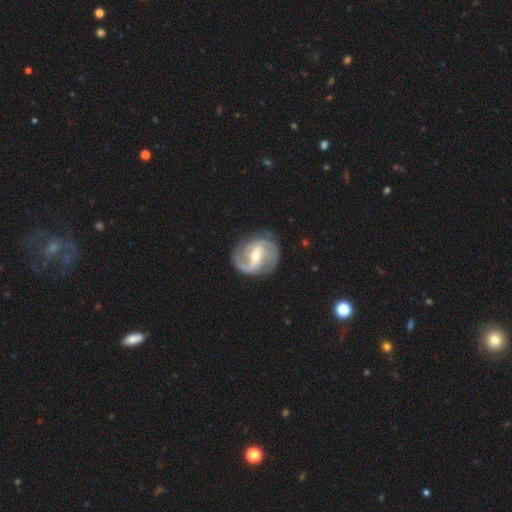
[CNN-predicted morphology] smooth-or-featured: featured or disk: 89% | smooth: 6% | star or artifact: 4%
  disk-edge-on: no: 98% | yes: 2%
    bar: weak: 48% | strong: 31% | no: 21%
    has-spiral-arms: yes: 97% | no: 3%
      spiral-winding: medium: 51% | tight: 25% | loose: 24%
      spiral-arm-count: 2: 83% | 3: 6% | can't tell: 5% | 1: 3% | 4: 2% | more than 4: 2%
    bulge-size: moderate: 50% | small: 46% | large: 2% | none: 1% | dominant: 1%
  merging: none: 79% | minor disturbance: 14% | major disturbance: 5% | merger: 1%